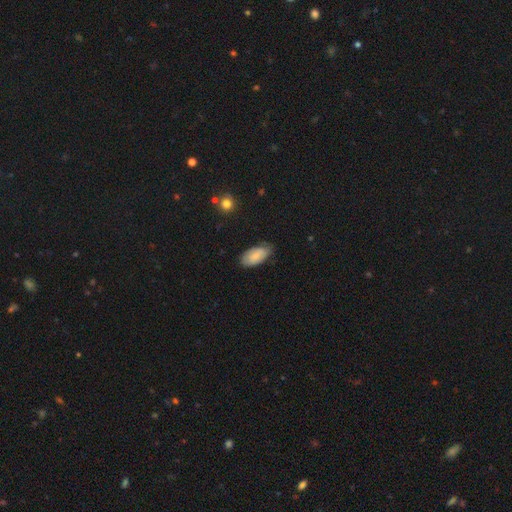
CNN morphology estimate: The model was most divided on "merging": none: 69%, minor disturbance: 25%, major disturbance: 4%, merger: 1%. More confident: how rounded — in between (93%); smooth or featured — smooth (70%).